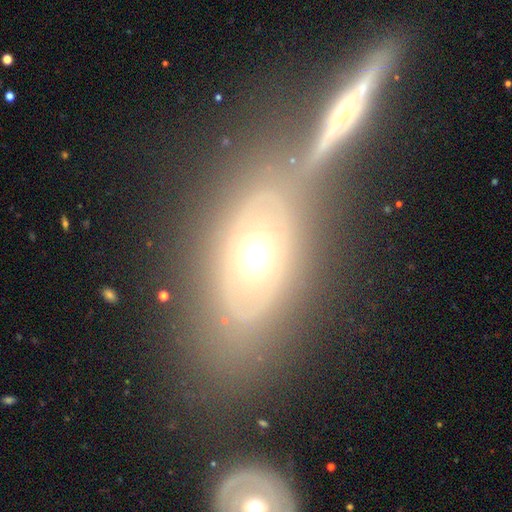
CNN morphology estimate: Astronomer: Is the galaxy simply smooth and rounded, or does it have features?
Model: featured or disk — 58%.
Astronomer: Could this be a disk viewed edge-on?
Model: no — 82%.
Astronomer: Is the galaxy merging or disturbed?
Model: none — 58%.